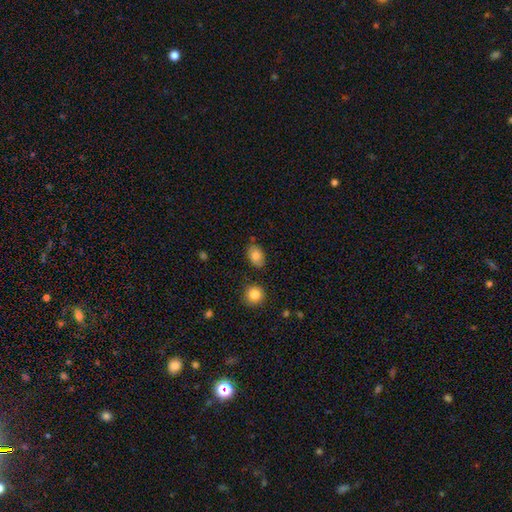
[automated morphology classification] This appears to be a smooth galaxy with no disk features (80%) that is in between round and cigar-shaped (80%). Merging: none (81%).